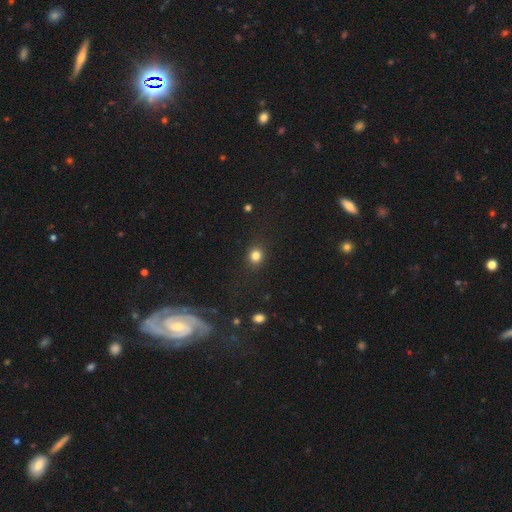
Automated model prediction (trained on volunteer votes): Q: Smooth or featured?
A: smooth (83%); runner-up: star or artifact (12%)
Q: How rounded?
A: round (78%); runner-up: in between (21%)
Q: Merging?
A: none (88%); runner-up: minor disturbance (8%)